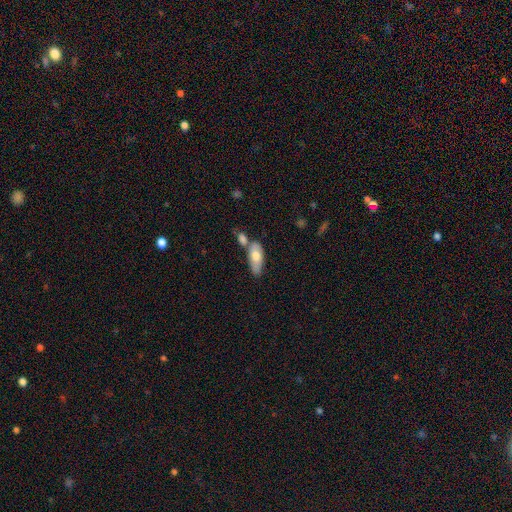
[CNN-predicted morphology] smooth 67%, featured or disk 27%, star or artifact 6%. Down the decision tree: how rounded — in between (80%); merging — none (45%).